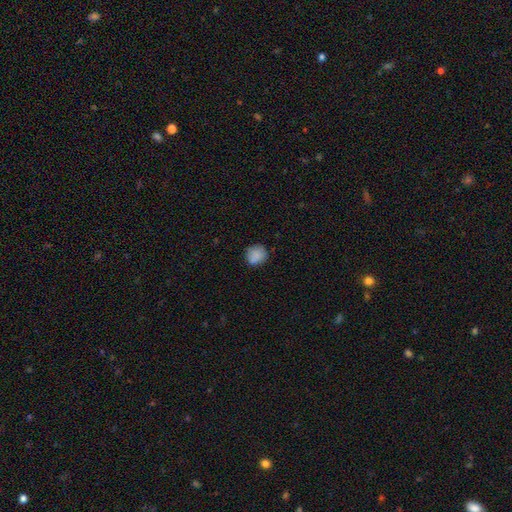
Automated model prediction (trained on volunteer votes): smooth_or_featured: smooth (p=0.84) [alt: star or artifact p=0.09]
how_rounded: round (p=0.84) [alt: in between p=0.15]
merging: none (p=0.73) [alt: minor disturbance p=0.19]